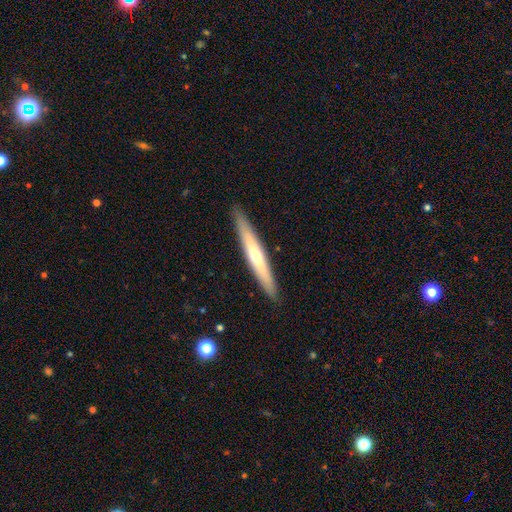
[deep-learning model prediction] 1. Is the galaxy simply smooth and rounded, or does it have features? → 55% featured or disk, 39% smooth, 6% star or artifact.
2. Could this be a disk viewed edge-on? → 93% yes, 7% no.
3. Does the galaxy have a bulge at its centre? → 65% rounded, 32% none, 3% boxy.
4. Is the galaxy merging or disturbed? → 91% none, 6% minor disturbance, 1% major disturbance, 1% merger.